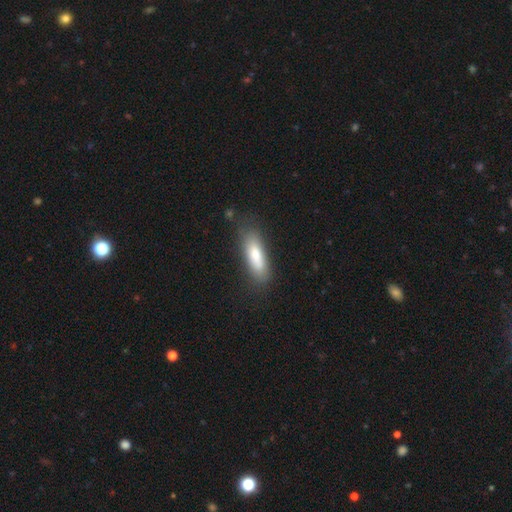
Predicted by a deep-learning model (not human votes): Q: Smooth or featured?
A: smooth (77%); runner-up: featured or disk (17%)
Q: How rounded?
A: in between (52%); runner-up: cigar-shaped (46%)
Q: Merging?
A: none (76%); runner-up: minor disturbance (16%)